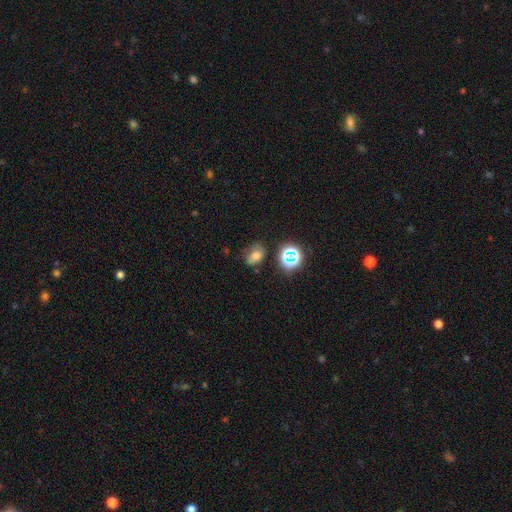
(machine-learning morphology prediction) Overall: smooth (63%). How rounded: in between (71%). Merging: none (54%; minor disturbance 29%).